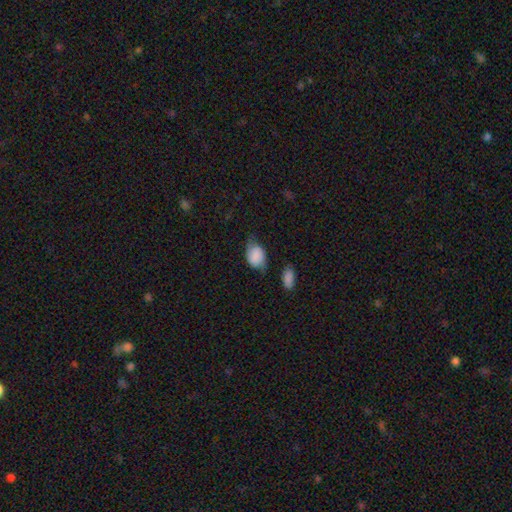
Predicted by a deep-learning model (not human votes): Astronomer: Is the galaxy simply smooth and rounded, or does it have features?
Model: smooth — 77%.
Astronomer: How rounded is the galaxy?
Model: in between — 79%.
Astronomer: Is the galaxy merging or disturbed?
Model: none — 47% (runner-up: minor disturbance, 35%).